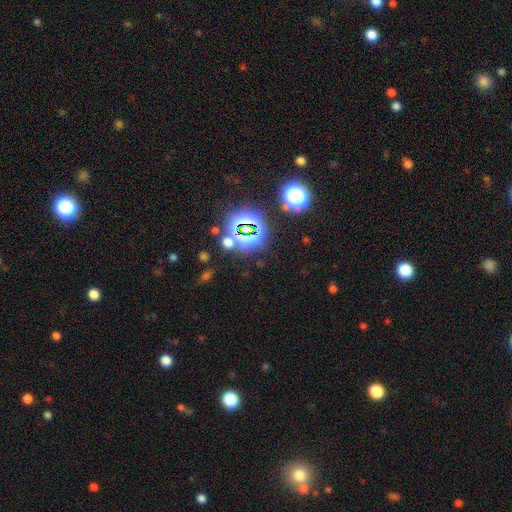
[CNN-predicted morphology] This appears to be a star or artifact, not a galaxy (81%).